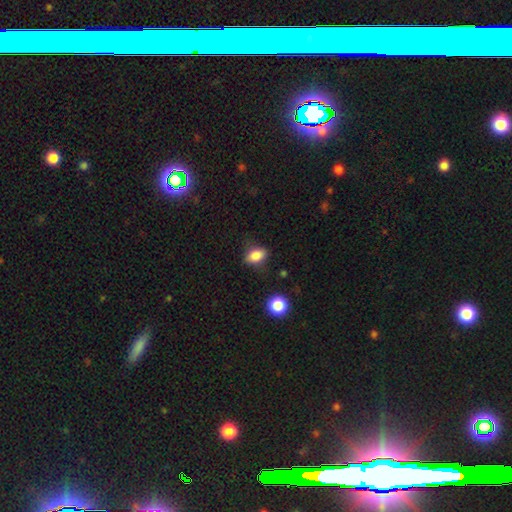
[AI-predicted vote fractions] Smooth or featured? smooth (84%)
How rounded? in between (80%)
Merging? none (76%)